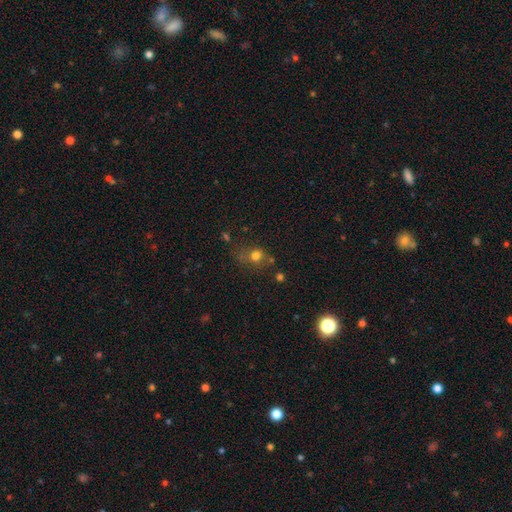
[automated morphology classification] A smooth galaxy with no disk features (73%) that is round (63%).

Vote fractions:
- Smooth or featured? smooth: 73% / star or artifact: 16% / featured or disk: 11%
- How rounded? round: 63% / in between: 35% / cigar-shaped: 2%
- Merging? none: 53% / minor disturbance: 23% / major disturbance: 13% / merger: 11%